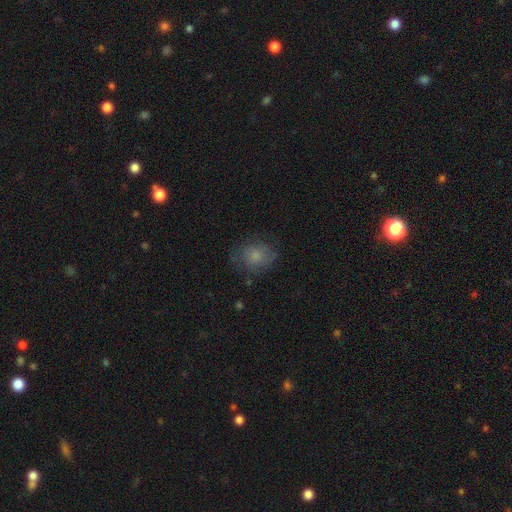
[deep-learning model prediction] Smooth or featured: smooth — 69% (featured or disk — 21%)
How rounded: round — 61% (in between — 38%)
Merging: none — 65% (minor disturbance — 23%)